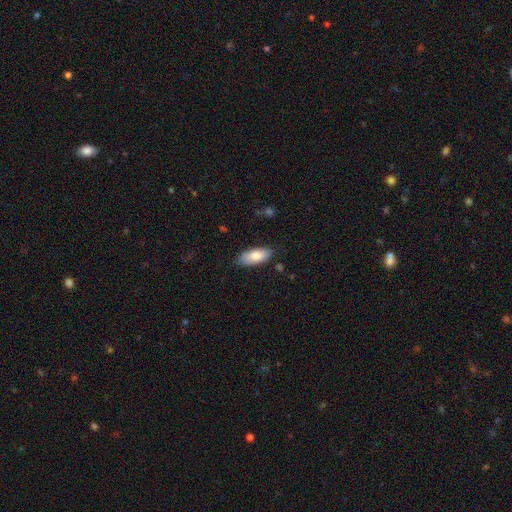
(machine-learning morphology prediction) This appears to be a smooth galaxy with no disk features (84%) that is in between round and cigar-shaped (87%). Merging: none (83%).